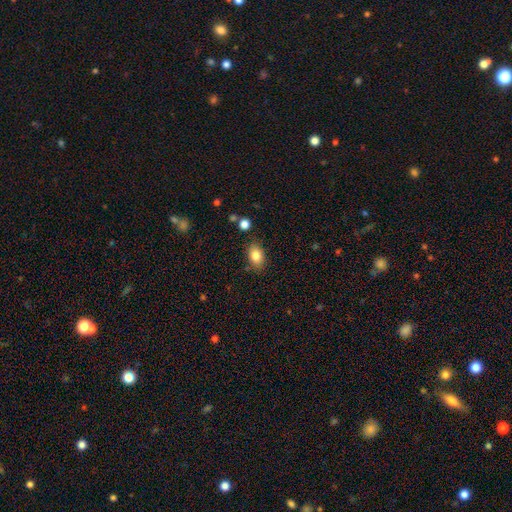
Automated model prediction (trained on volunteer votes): A smooth galaxy with no disk features (84%) that is in between round and cigar-shaped (82%).

Vote fractions:
- Smooth or featured? smooth: 84% / star or artifact: 8% / featured or disk: 7%
- How rounded? in between: 82% / round: 16% / cigar-shaped: 1%
- Merging? none: 82% / minor disturbance: 12% / major disturbance: 3% / merger: 3%